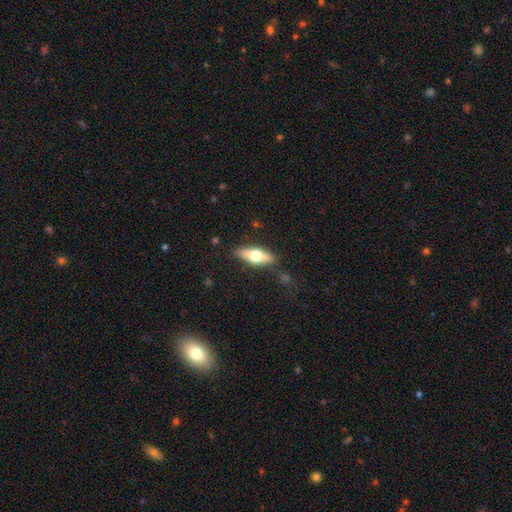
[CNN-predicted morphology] Smooth or featured? smooth (51%)
How rounded? in between (60%)
Merging? none (82%)